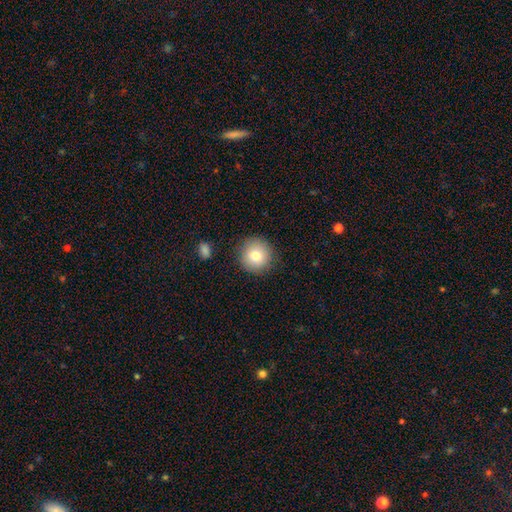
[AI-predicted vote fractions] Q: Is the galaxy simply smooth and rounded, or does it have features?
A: smooth — 79%.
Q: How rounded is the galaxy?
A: round — 94%.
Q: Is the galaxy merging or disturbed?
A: none — 88%.